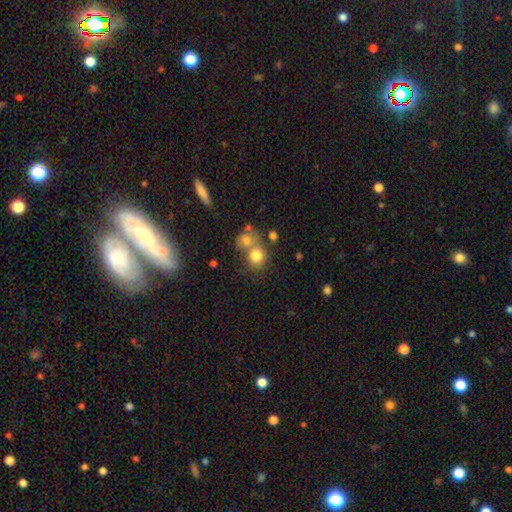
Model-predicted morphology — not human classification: smooth_or_featured: smooth (p=0.77) [alt: star or artifact p=0.12]
how_rounded: round (p=0.77) [alt: in between p=0.22]
merging: none (p=0.43) [alt: merger p=0.42]